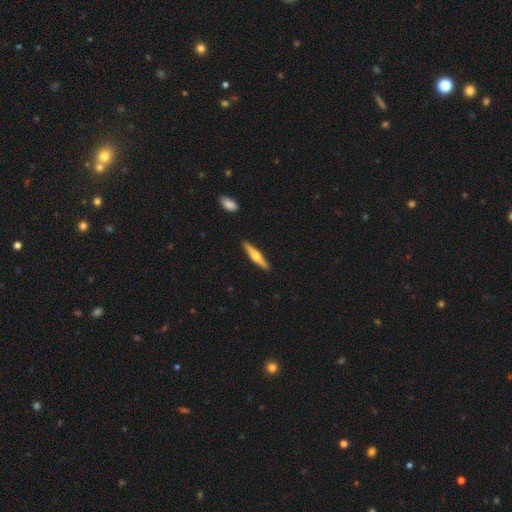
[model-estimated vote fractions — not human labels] The model was most divided on "smooth or featured": featured or disk: 58%, smooth: 37%, star or artifact: 5%. More confident: edge-on disk — yes (96%); edge-on bulge — rounded (92%); merging — none (90%).